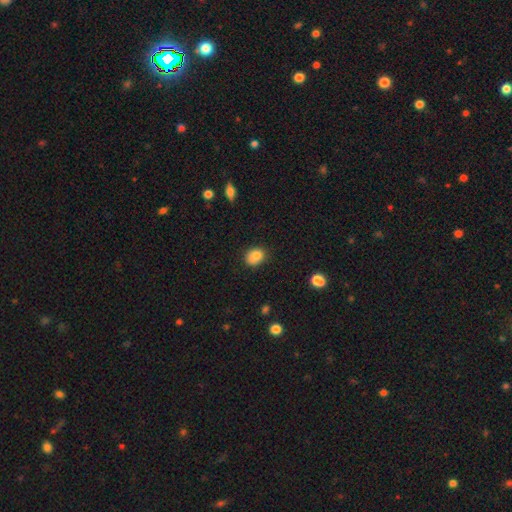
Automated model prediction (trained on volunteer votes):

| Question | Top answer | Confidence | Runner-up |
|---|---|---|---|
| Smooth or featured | smooth | 82% | star or artifact (10%) |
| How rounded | round | 52% | in between (47%) |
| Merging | none | 64% | minor disturbance (24%) |